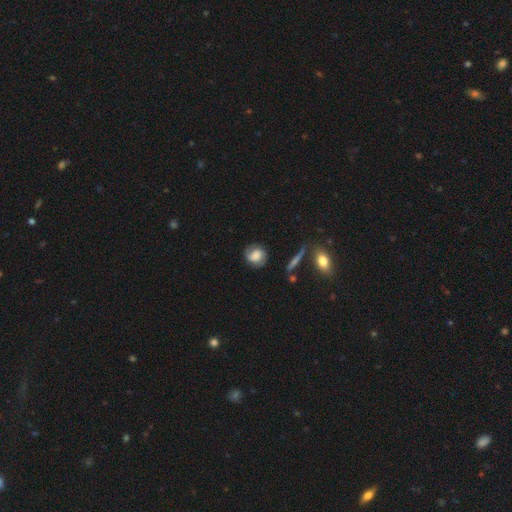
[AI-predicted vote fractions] This appears to be a featured or disk galaxy (53%) with no bar (51%), spiral arms (90%) and a large central bulge (36%). Merging: none (74%).